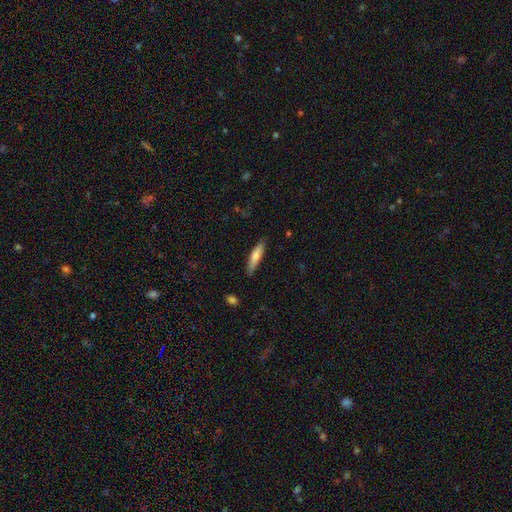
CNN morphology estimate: Smooth or featured?
  - smooth: 70% *
  - featured or disk: 24%
  - star or artifact: 6%
How rounded?
  - cigar-shaped: 79% *
  - in between: 19%
  - round: 2%
Merging?
  - none: 85% *
  - minor disturbance: 12%
  - major disturbance: 2%
  - merger: 1%